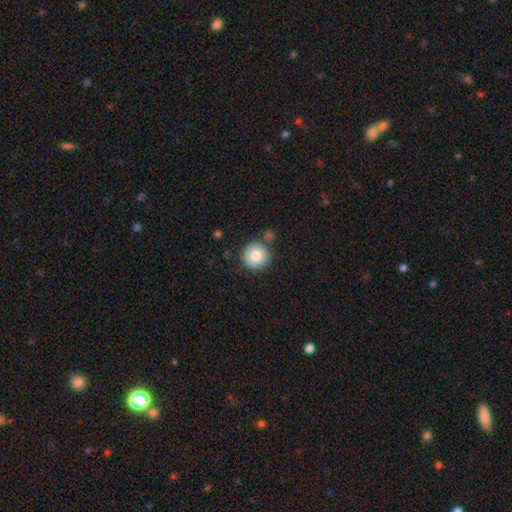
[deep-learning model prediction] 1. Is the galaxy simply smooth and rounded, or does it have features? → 82% smooth, 9% featured or disk, 8% star or artifact.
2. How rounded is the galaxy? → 95% round, 4% in between, 1% cigar-shaped.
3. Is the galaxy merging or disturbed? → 79% none, 10% minor disturbance, 8% merger, 3% major disturbance.